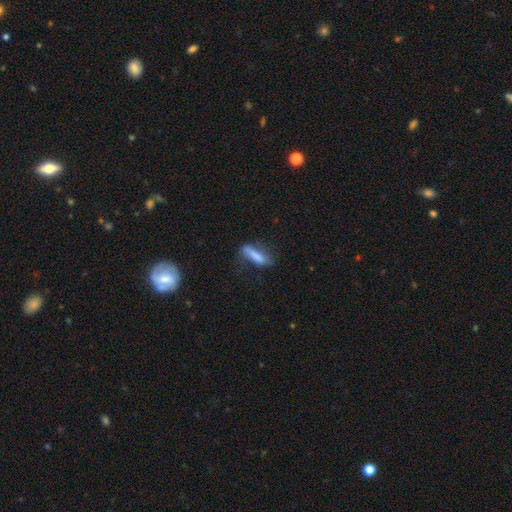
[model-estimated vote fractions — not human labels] A smooth galaxy with no disk features (73%) that is cigar-shaped (67%). Merging: none (57%).